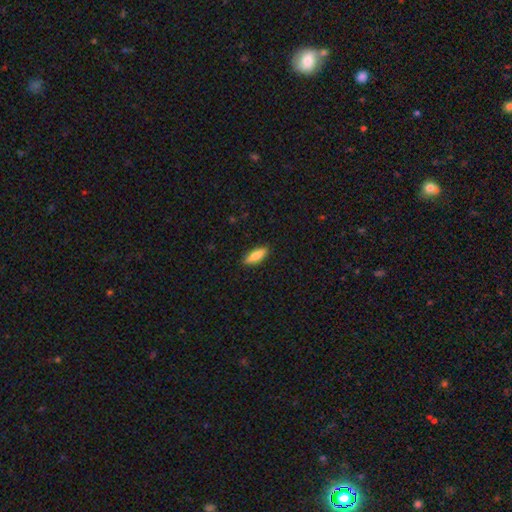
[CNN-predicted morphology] type=smooth (78%); roundness=in between (55%); merging=none (89%).